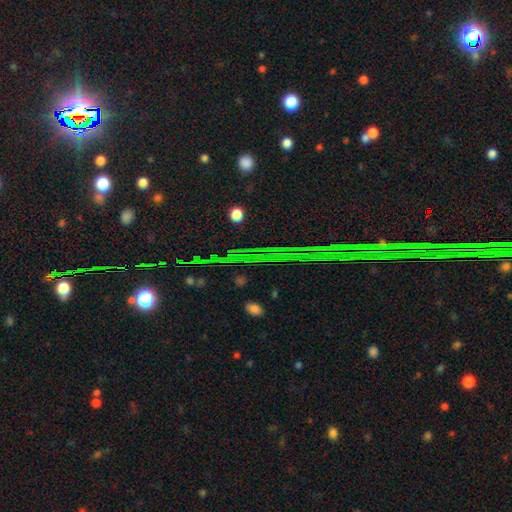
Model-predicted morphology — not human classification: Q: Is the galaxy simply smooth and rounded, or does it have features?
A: star or artifact — 83%.